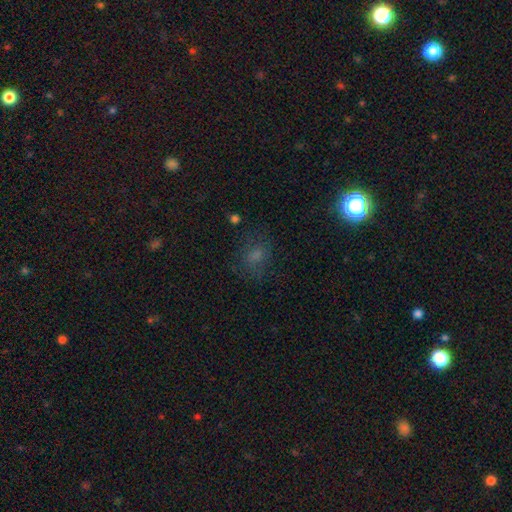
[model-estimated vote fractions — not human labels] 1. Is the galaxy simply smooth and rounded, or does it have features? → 61% smooth, 26% star or artifact, 13% featured or disk.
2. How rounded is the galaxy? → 60% round, 39% in between, 2% cigar-shaped.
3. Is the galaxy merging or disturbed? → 71% none, 16% minor disturbance, 11% major disturbance, 2% merger.